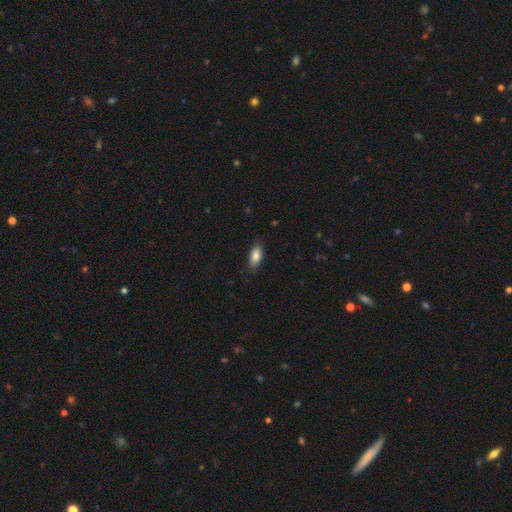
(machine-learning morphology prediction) smooth_or_featured: smooth (p=0.84) [alt: featured or disk p=0.09]
how_rounded: in between (p=0.83) [alt: cigar-shaped p=0.14]
merging: none (p=0.83) [alt: minor disturbance p=0.14]